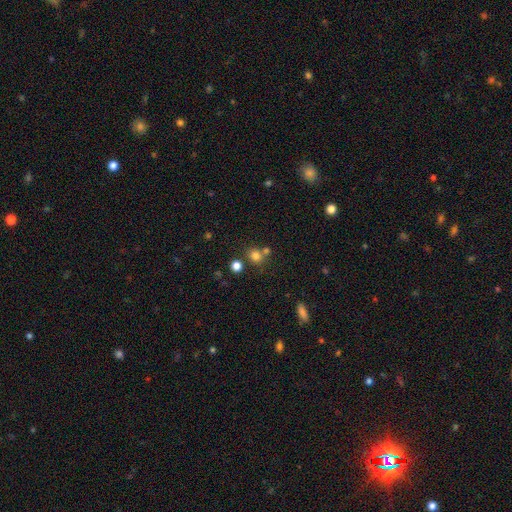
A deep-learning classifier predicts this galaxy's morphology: smooth 76%, star or artifact 16%, featured or disk 7%. Down the decision tree: how rounded — round (79%); merging — none (61%).